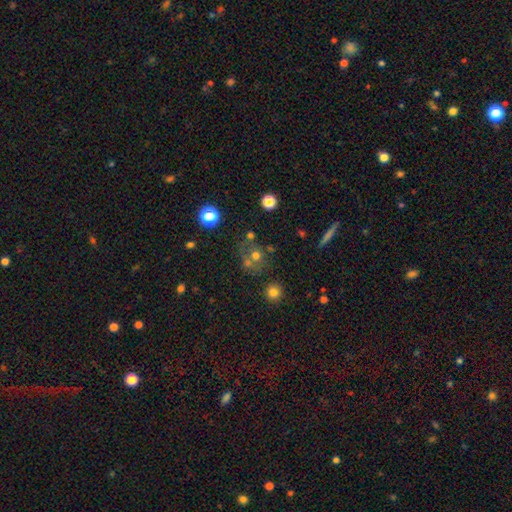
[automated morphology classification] Smooth or featured? Predicted: smooth (p=0.61). How rounded? Predicted: round (p=0.82). Merging? Predicted: none (p=0.49).